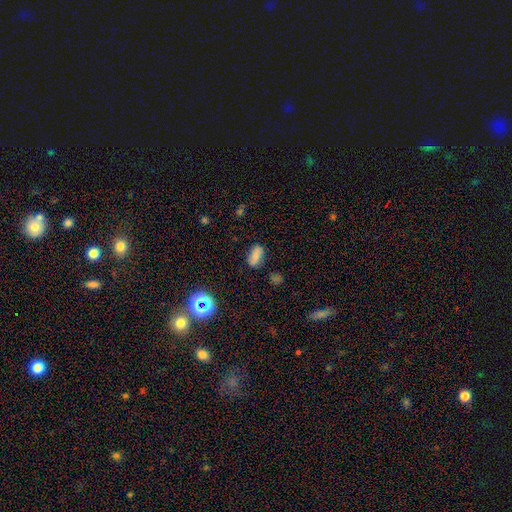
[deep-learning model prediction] This appears to be a smooth galaxy with no disk features (76%) that is in between round and cigar-shaped (89%). Merging: none (78%).